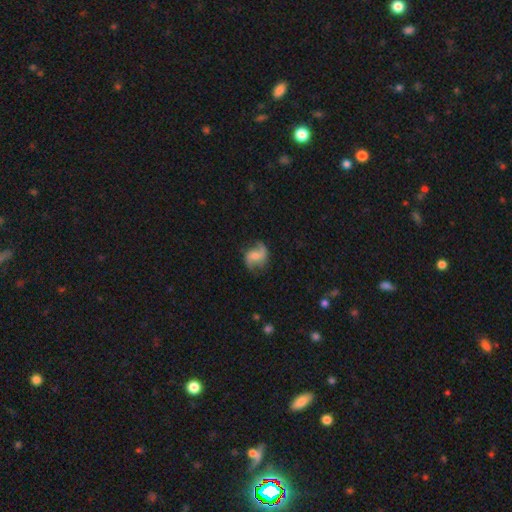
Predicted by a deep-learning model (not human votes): A featured or disk galaxy (76%) with a weak bar (46%), 2 (88%) loose (52%) spiral arms (95%) and a moderate central bulge (45%).

Vote fractions:
- Smooth or featured? featured or disk: 76% / smooth: 17% / star or artifact: 7%
- Edge-on disk? no: 98% / yes: 2%
- Bar? weak: 46% / no: 41% / strong: 13%
- Spiral arms? yes: 95% / no: 5%
- Spiral winding? loose: 52% / medium: 38% / tight: 10%
- Spiral arm count? 2: 88% / 1: 4% / can't tell: 4% / 3: 2% / 4: 1% / more than 4: 1%
- Bulge size? moderate: 45% / small: 38% / none: 11% / large: 5% / dominant: 1%
- Merging? none: 70% / minor disturbance: 19% / major disturbance: 9% / merger: 2%